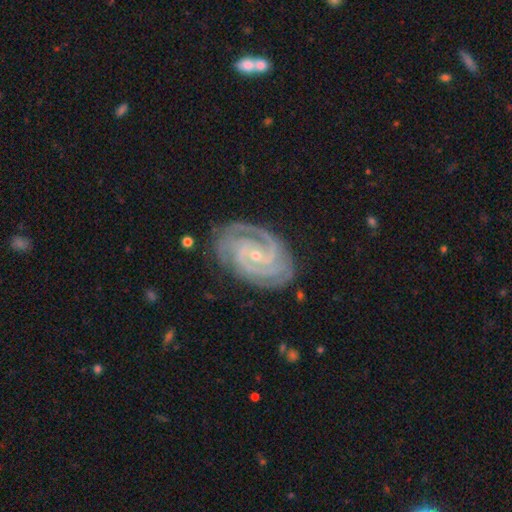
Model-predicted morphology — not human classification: Smooth or featured? Predicted: featured or disk (p=0.92). Edge-on disk? Predicted: no (p=0.97). Bar? Predicted: no (p=0.53). Spiral arms? Predicted: yes (p=0.99). Spiral winding? Predicted: tight (p=0.72). Spiral arm count? Predicted: 2 (p=0.40). Bulge size? Predicted: small (p=0.75). Merging? Predicted: none (p=0.78).